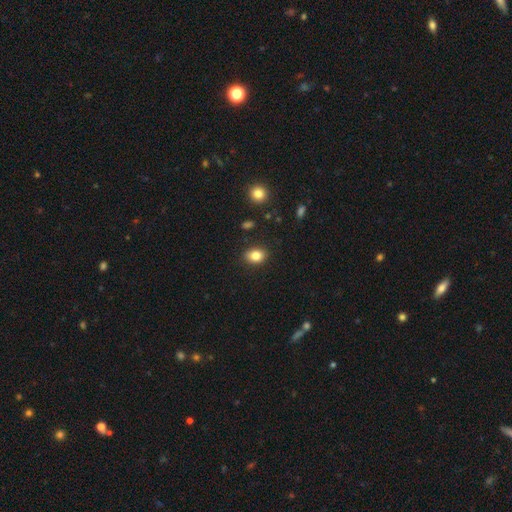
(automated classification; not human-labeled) Smooth or featured? smooth (83%)
How rounded? in between (63%)
Merging? none (87%)